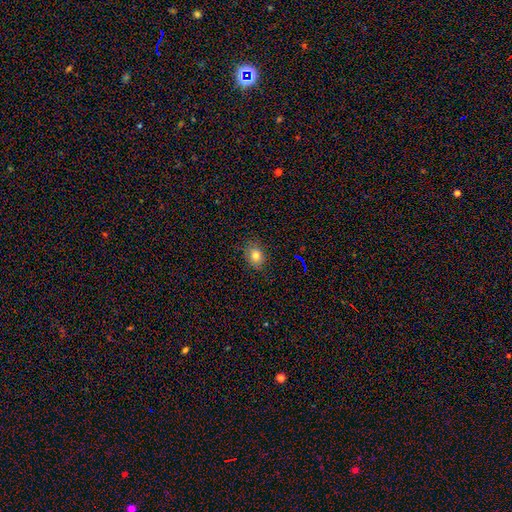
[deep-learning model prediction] This is likely a smooth galaxy (78%). How rounded: possibly in between (50%). Merging: clearly none (85%).